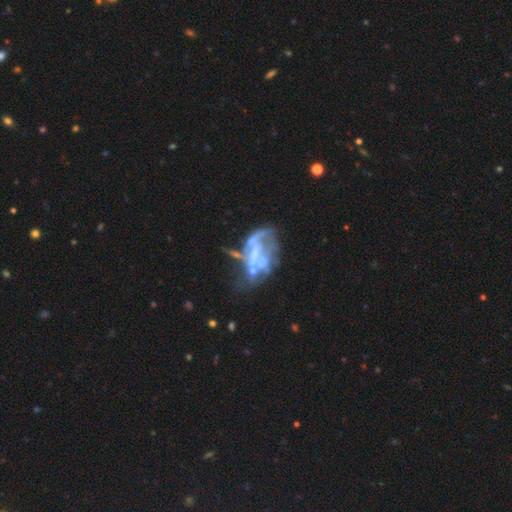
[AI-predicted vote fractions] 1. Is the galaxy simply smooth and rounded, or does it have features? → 71% featured or disk, 16% smooth, 12% star or artifact.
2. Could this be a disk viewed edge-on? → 96% no, 4% yes.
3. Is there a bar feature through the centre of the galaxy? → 69% no, 21% weak, 10% strong.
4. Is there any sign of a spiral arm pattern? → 73% no, 27% yes.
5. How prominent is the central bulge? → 56% none, 22% small, 17% moderate, 3% large, 1% dominant.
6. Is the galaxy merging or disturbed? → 37% major disturbance, 24% none, 22% merger, 17% minor disturbance.